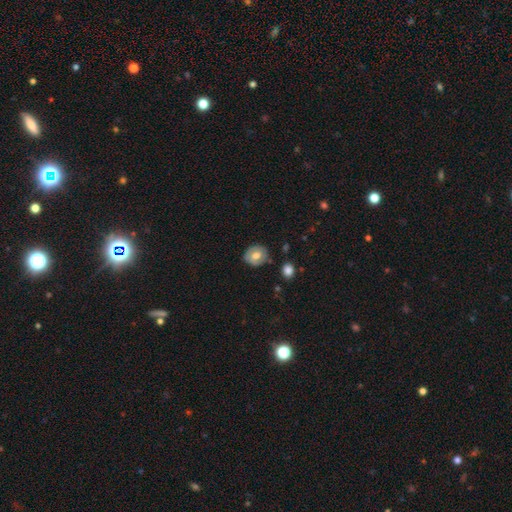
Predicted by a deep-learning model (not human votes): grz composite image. It shows a smooth galaxy with no disk features (64%) that is round (72%). Merging: none (81%).